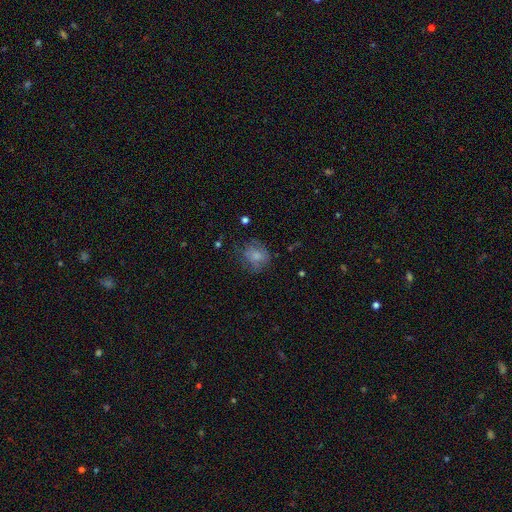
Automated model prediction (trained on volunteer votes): Morphology: type=smooth (67%); roundness=round (67%); merging=none (53%).